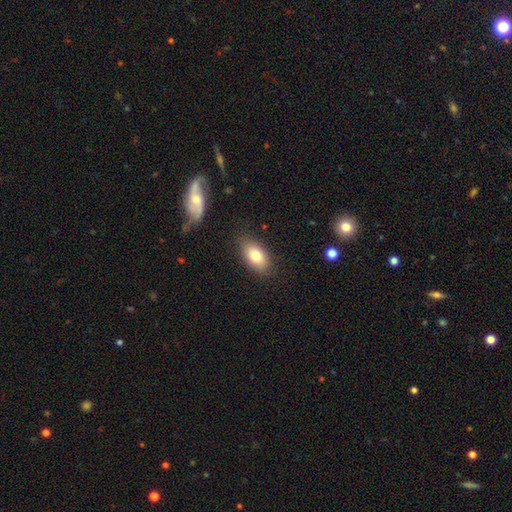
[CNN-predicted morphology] The model was most divided on "smooth or featured": smooth: 80%, featured or disk: 12%, star or artifact: 8%. More confident: how rounded — in between (90%); merging — none (83%).